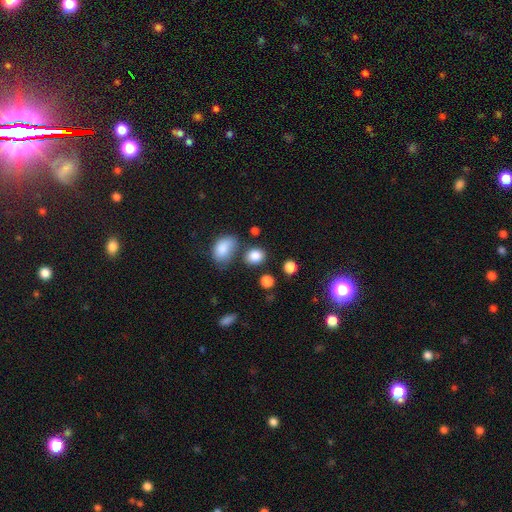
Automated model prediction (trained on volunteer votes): This appears to be a smooth galaxy with no disk features (85%) that is round (55%). Merging: none (72%).